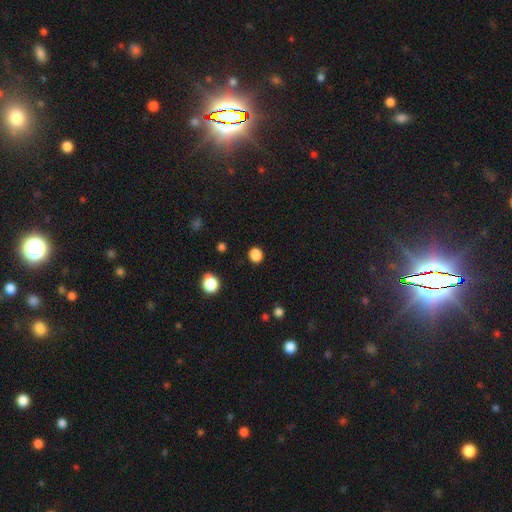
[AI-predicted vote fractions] This is clearly a smooth galaxy (84%). How rounded: likely round (76%). Merging: clearly none (89%).